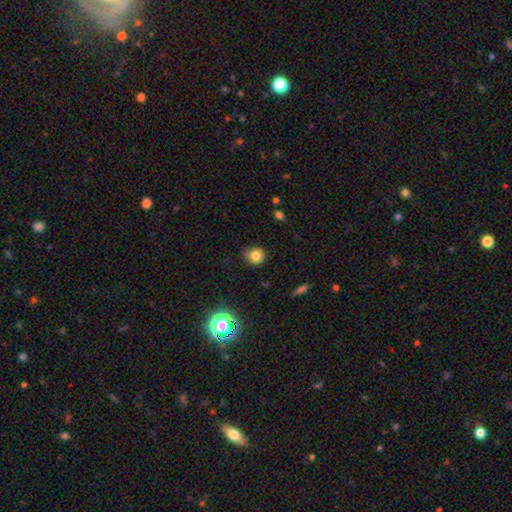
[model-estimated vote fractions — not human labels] Q: Smooth or featured?
A: smooth (79%); runner-up: star or artifact (13%)
Q: How rounded?
A: round (80%); runner-up: in between (19%)
Q: Merging?
A: none (66%); runner-up: minor disturbance (27%)